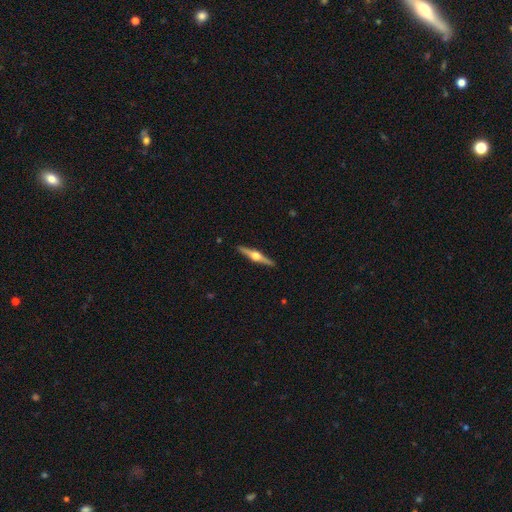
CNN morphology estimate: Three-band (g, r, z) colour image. It shows a featured or disk galaxy (81%) viewed edge-on (98%) with a rounded central bulge (96%). Merging: none (92%).